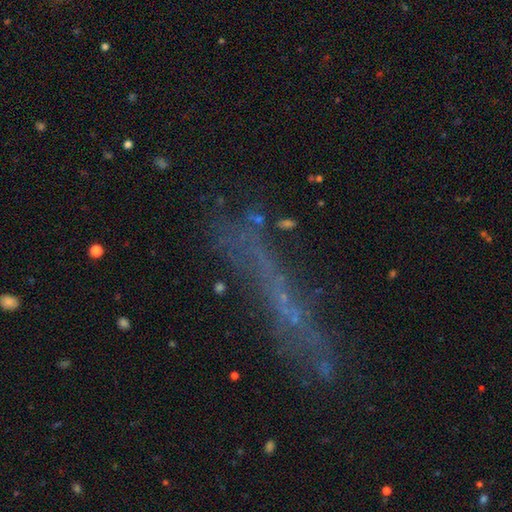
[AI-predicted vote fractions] Morphology: type=featured or disk (40%); merging=none (56%).